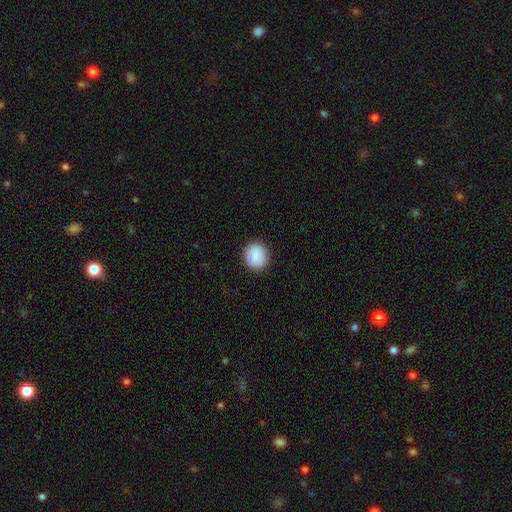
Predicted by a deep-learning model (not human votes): smooth 85%, featured or disk 8%, star or artifact 8%. Down the decision tree: how rounded — round (80%); merging — none (90%).